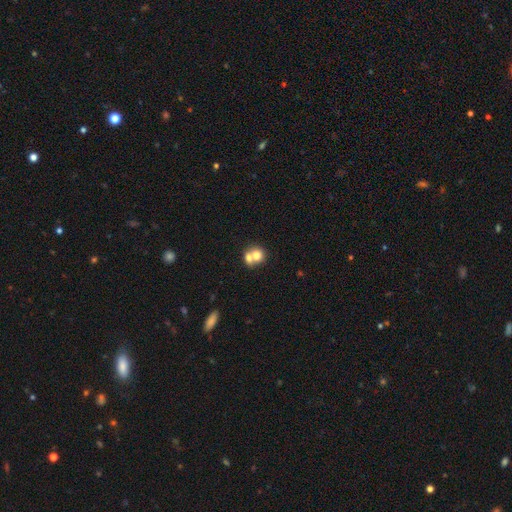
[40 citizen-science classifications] smooth 62%, featured or disk 32%, star or artifact 5%. Down the decision tree: how rounded — round (56%); merging — merger (84%).